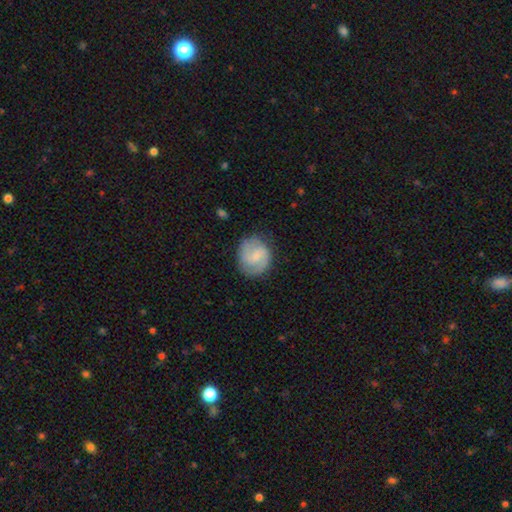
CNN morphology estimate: The model was most divided on "bar": weak: 51%, no: 40%, strong: 9%. More confident: edge-on disk — no (98%); spiral arms — yes (89%); merging — none (77%); bulge size — small (58%); smooth or featured — featured or disk (55%).